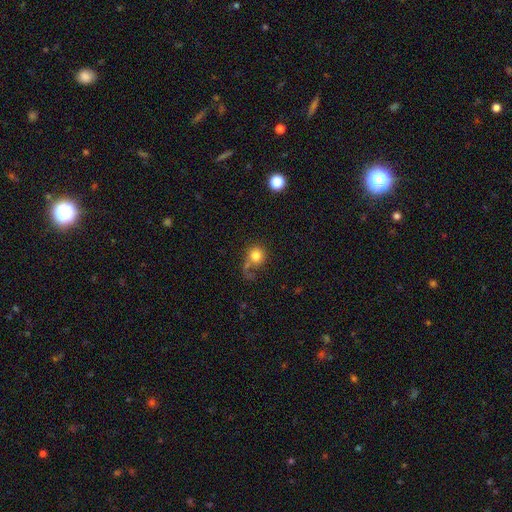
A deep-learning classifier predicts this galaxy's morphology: type=smooth (76%); roundness=round (84%); merging=none (39%).